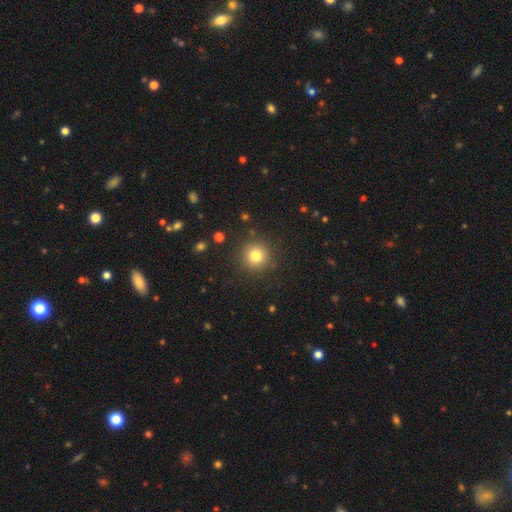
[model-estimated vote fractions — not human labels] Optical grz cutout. It shows a smooth galaxy with no disk features (80%) that is round (95%). Merging: none (89%).